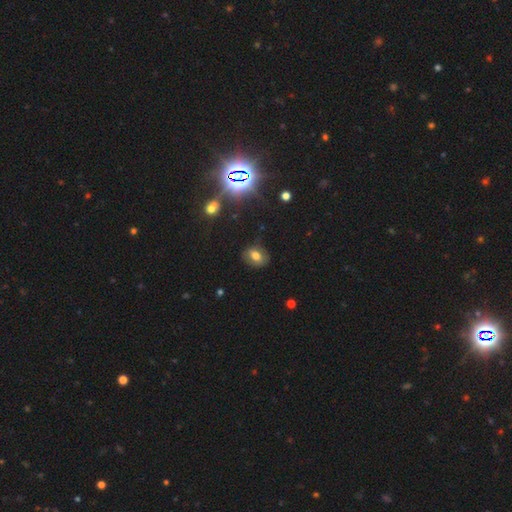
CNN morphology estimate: type=smooth (62%); roundness=in between (66%); merging=none (75%).